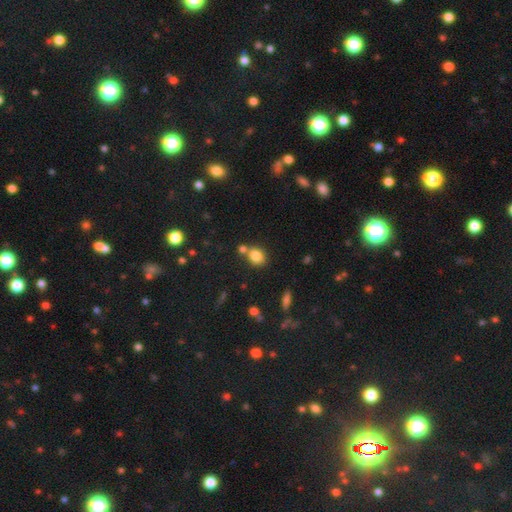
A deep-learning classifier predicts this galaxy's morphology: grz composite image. It shows a smooth galaxy with no disk features (81%) that is in between round and cigar-shaped (49%, tied with round). Merging: none (62%).